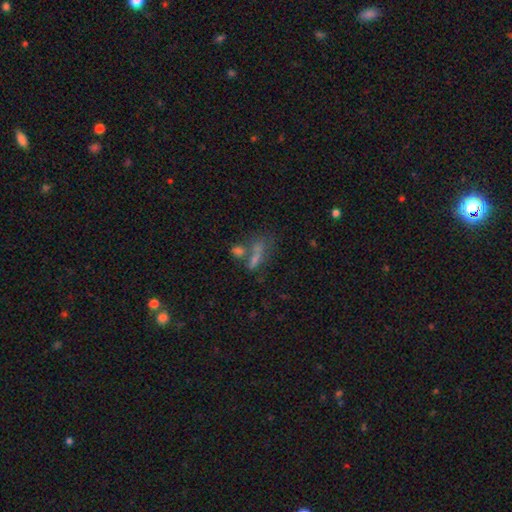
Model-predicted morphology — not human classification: A smooth galaxy with no disk features (60%) that is in between round and cigar-shaped (52%). Merging: merger (39%).